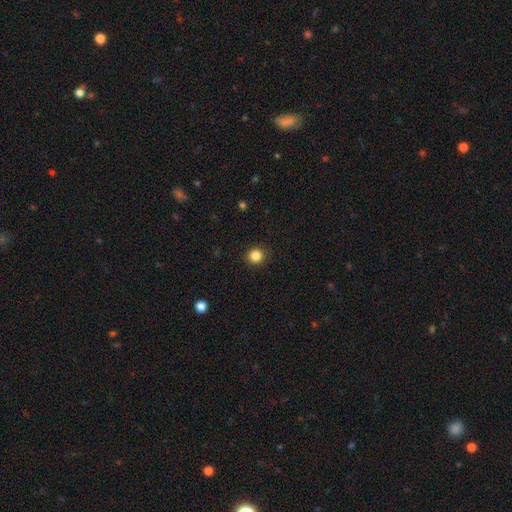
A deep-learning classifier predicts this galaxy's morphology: smooth_or_featured: smooth (p=0.85) [alt: star or artifact p=0.11]
how_rounded: round (p=0.91) [alt: in between p=0.08]
merging: none (p=0.92) [alt: minor disturbance p=0.05]